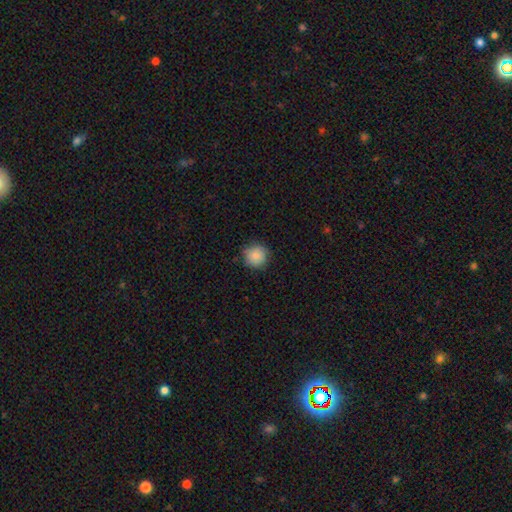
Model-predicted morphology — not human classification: smooth_or_featured: smooth (p=0.84) [alt: star or artifact p=0.09]
how_rounded: round (p=0.93) [alt: in between p=0.06]
merging: none (p=0.84) [alt: minor disturbance p=0.13]